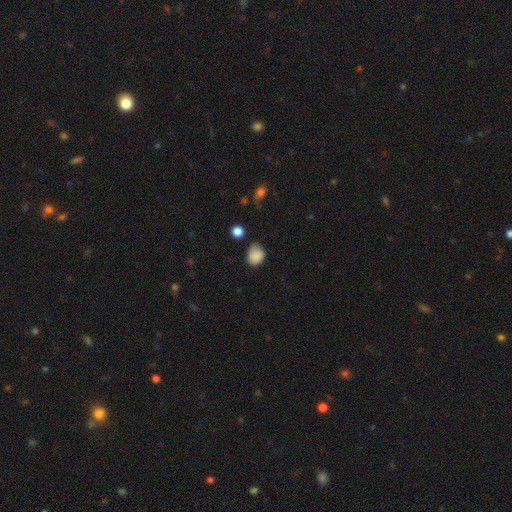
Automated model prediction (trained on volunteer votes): Smooth or featured?
  - smooth: 83% *
  - star or artifact: 9%
  - featured or disk: 7%
How rounded?
  - round: 57% *
  - in between: 42%
  - cigar-shaped: 1%
Merging?
  - none: 53% *
  - minor disturbance: 35%
  - major disturbance: 9%
  - merger: 4%